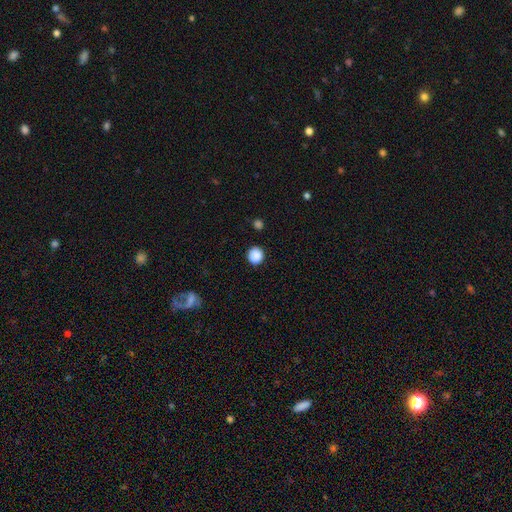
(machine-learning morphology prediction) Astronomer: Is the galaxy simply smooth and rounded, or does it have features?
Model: smooth — 88%.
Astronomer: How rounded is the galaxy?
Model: round — 90%.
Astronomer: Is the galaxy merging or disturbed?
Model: none — 89%.